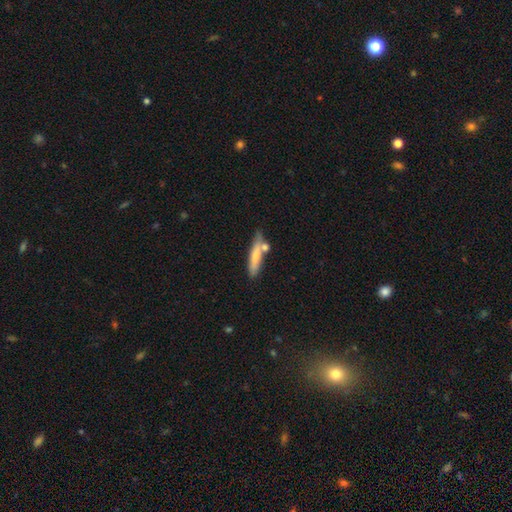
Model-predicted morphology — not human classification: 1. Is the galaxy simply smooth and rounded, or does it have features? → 66% smooth, 27% featured or disk, 6% star or artifact.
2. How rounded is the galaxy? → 80% cigar-shaped, 18% in between, 2% round.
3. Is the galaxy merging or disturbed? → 59% none, 19% merger, 18% minor disturbance, 5% major disturbance.